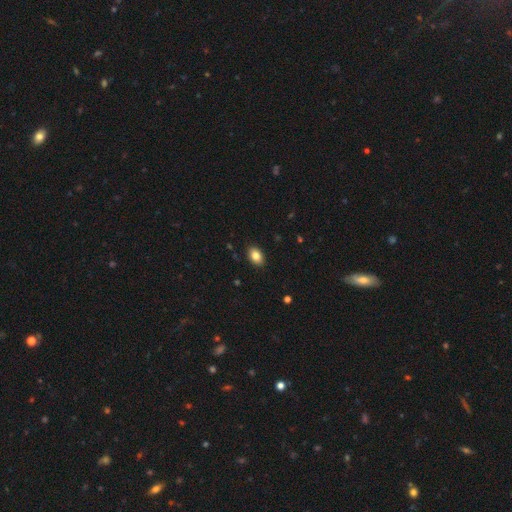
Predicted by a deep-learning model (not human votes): Smooth or featured? smooth (85%)
How rounded? in between (86%)
Merging? none (89%)